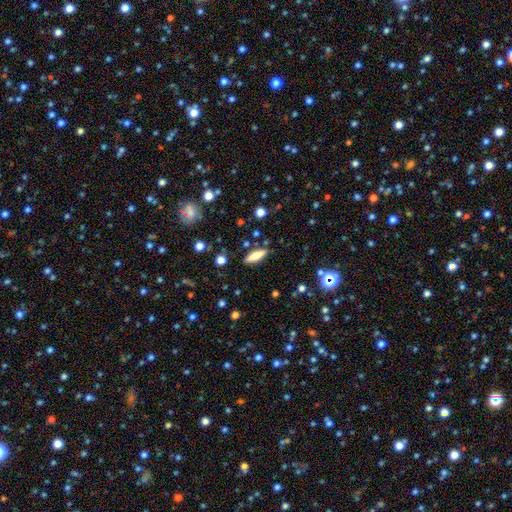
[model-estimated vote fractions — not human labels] smooth 74%, featured or disk 18%, star or artifact 8%. Down the decision tree: how rounded — cigar-shaped (49%, tied with in between); merging — none (85%).